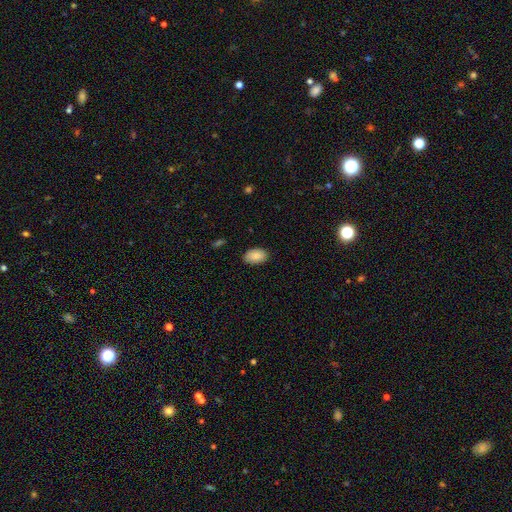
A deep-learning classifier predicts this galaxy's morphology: This is clearly a smooth galaxy (89%). How rounded: clearly in between (92%). Merging: clearly none (87%).